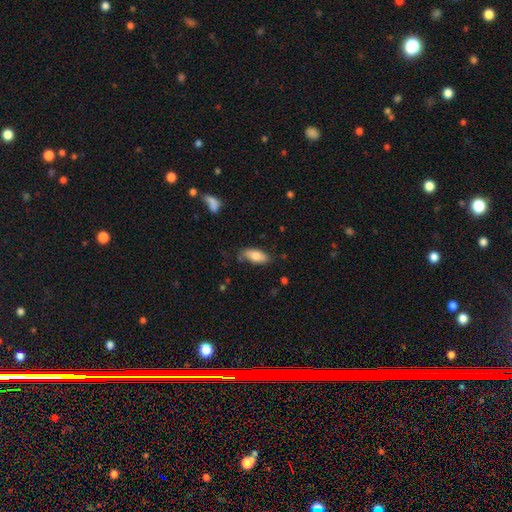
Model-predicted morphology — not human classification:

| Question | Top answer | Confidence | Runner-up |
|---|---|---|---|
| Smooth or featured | smooth | 80% | featured or disk (13%) |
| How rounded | in between | 85% | cigar-shaped (13%) |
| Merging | none | 71% | minor disturbance (22%) |